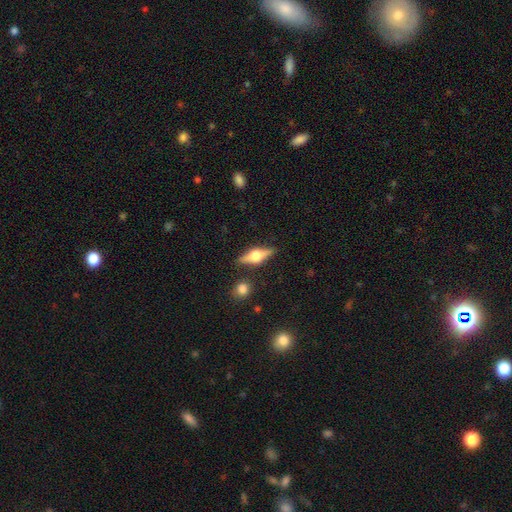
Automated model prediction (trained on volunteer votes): featured or disk 66%, smooth 26%, star or artifact 7%. Down the decision tree: edge-on disk — yes (95%); edge-on bulge — rounded (94%); merging — none (85%).